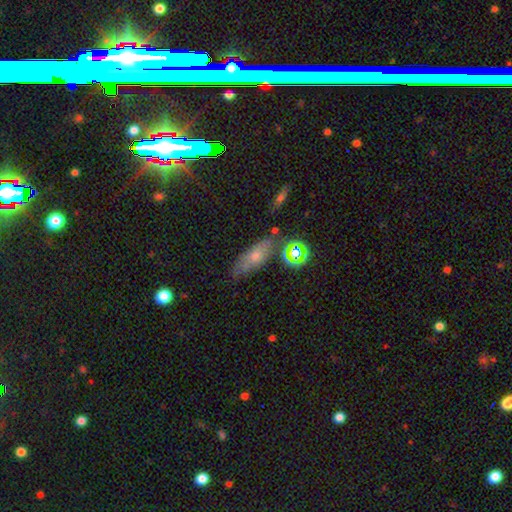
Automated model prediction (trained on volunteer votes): The model was most divided on "smooth or featured": smooth: 49%, featured or disk: 32%, star or artifact: 20%. More confident: merging — none (70%).